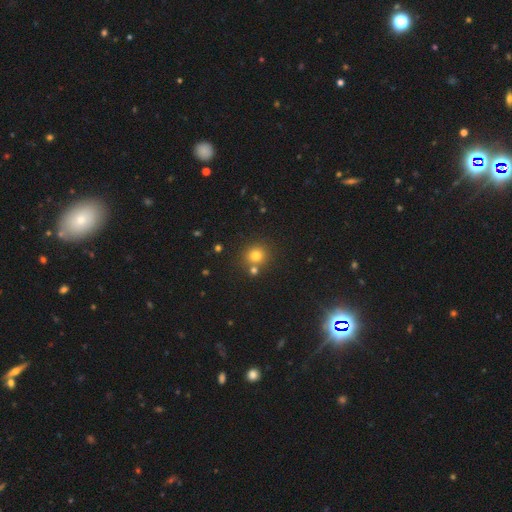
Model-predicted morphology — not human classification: smooth_or_featured: smooth (p=0.78) [alt: star or artifact p=0.15]
how_rounded: round (p=0.89) [alt: in between p=0.10]
merging: none (p=0.72) [alt: merger p=0.17]